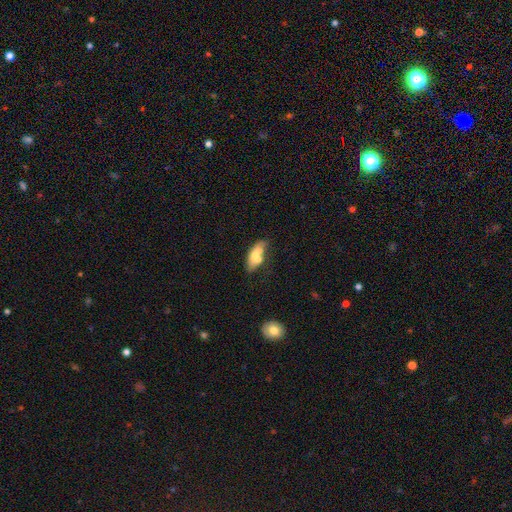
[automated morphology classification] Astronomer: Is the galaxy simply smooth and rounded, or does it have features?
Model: smooth — 63%.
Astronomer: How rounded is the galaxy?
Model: in between — 73%.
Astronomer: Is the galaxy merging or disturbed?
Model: none — 50%.